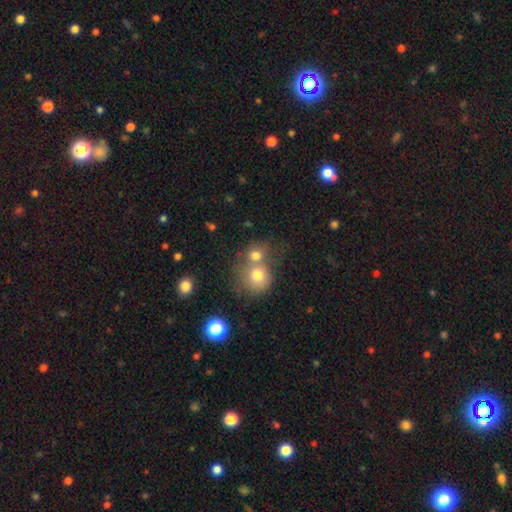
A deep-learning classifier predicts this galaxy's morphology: Overall: smooth (73%). How rounded: round (77%). Merging: merger (58%; none 32%).